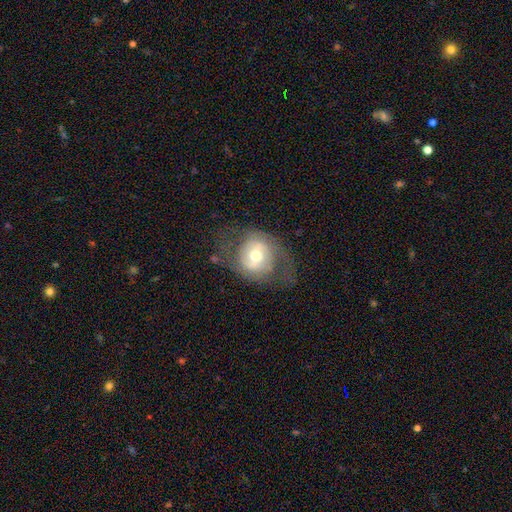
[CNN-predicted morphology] smooth-or-featured: featured or disk: 57% | smooth: 35% | star or artifact: 7%
  disk-edge-on: no: 95% | yes: 5%
    bar: no: 48% | weak: 34% | strong: 18%
    has-spiral-arms: yes: 54% | no: 46%
    bulge-size: moderate: 65% | small: 25% | large: 8% | dominant: 1% | none: 1%
  merging: none: 62% | major disturbance: 19% | minor disturbance: 18% | merger: 1%